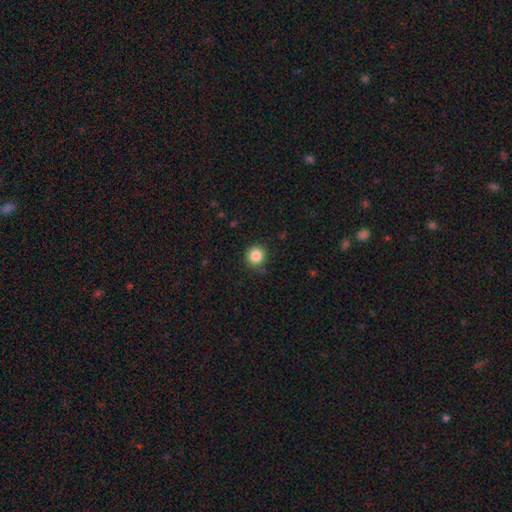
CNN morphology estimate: A smooth galaxy with no disk features (85%) that is round (92%).

Vote fractions:
- Smooth or featured? smooth: 85% / star or artifact: 11% / featured or disk: 4%
- How rounded? round: 92% / in between: 7% / cigar-shaped: 1%
- Merging? none: 87% / minor disturbance: 9% / major disturbance: 2% / merger: 1%